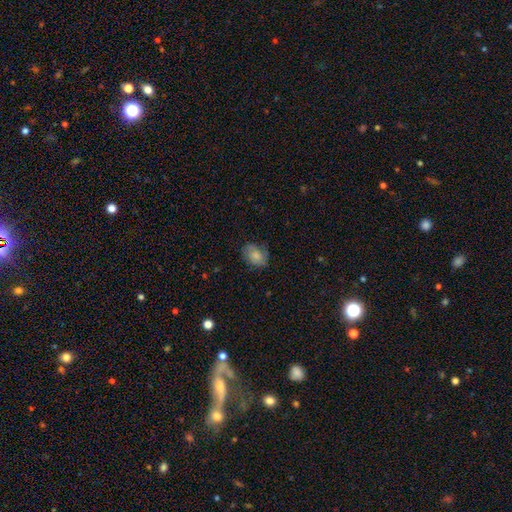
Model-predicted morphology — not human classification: Smooth or featured?
  - smooth: 72% *
  - featured or disk: 20%
  - star or artifact: 8%
How rounded?
  - in between: 76% *
  - round: 23%
  - cigar-shaped: 1%
Merging?
  - none: 68% *
  - minor disturbance: 23%
  - major disturbance: 7%
  - merger: 1%